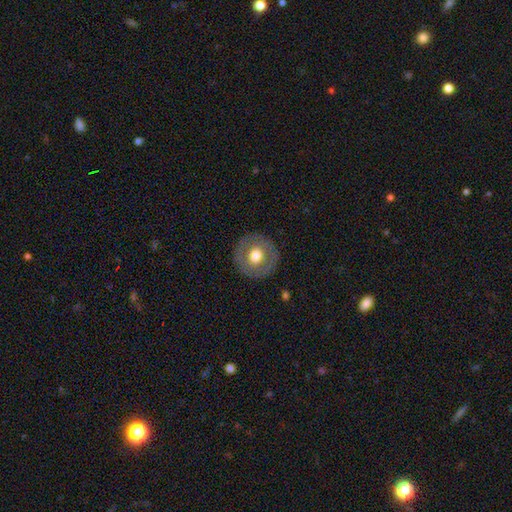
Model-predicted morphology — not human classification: type=smooth (57%); roundness=round (94%); merging=none (88%).